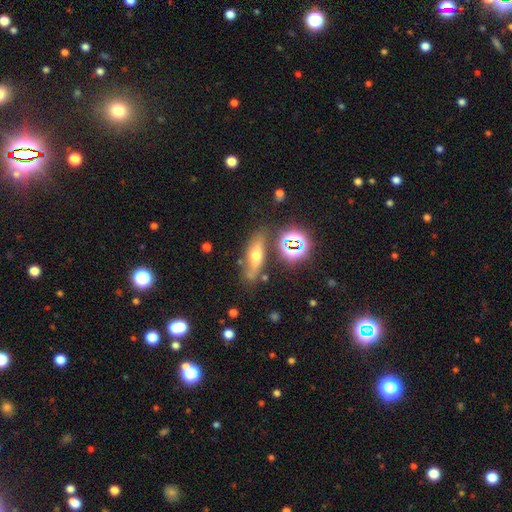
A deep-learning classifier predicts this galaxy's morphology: Q: Smooth or featured?
A: smooth (46%); runner-up: featured or disk (34%)
Q: Merging?
A: none (70%); runner-up: minor disturbance (16%)